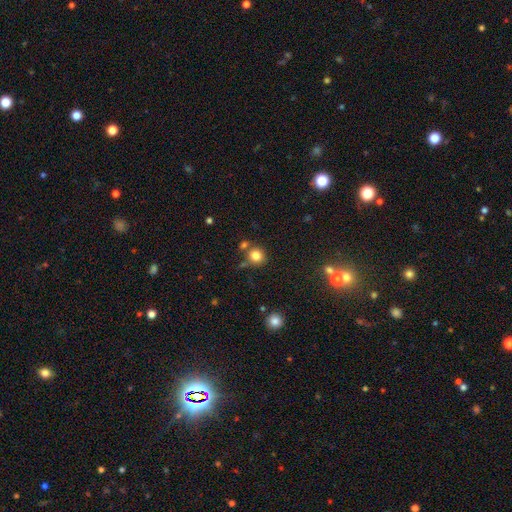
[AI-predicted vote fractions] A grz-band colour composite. It shows a smooth galaxy with no disk features (81%) that is round (88%). Merging: none (70%).